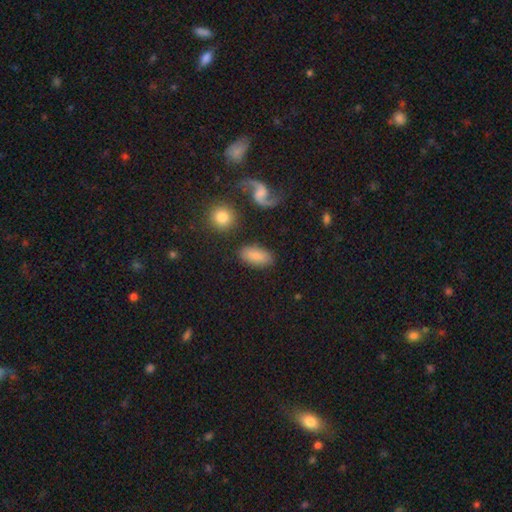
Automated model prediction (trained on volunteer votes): This appears to be a smooth galaxy with no disk features (78%) that is in between round and cigar-shaped (91%). Merging: none (81%).